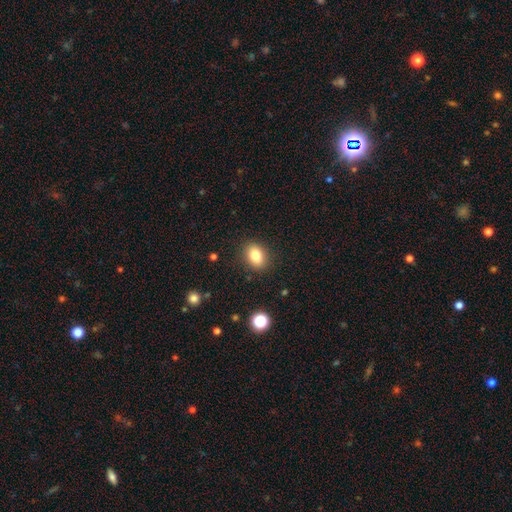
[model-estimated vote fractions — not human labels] Smooth or featured? Predicted: smooth (p=0.83). How rounded? Predicted: in between (p=0.71). Merging? Predicted: none (p=0.87).